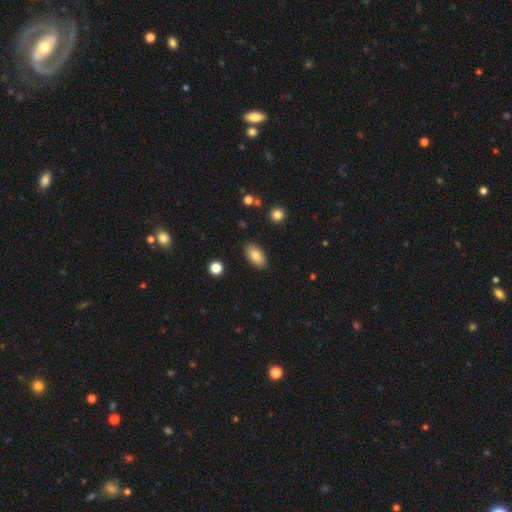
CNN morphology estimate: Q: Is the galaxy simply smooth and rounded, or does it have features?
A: smooth — 83%.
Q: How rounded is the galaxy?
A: in between — 93%.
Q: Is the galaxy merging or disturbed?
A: none — 88%.